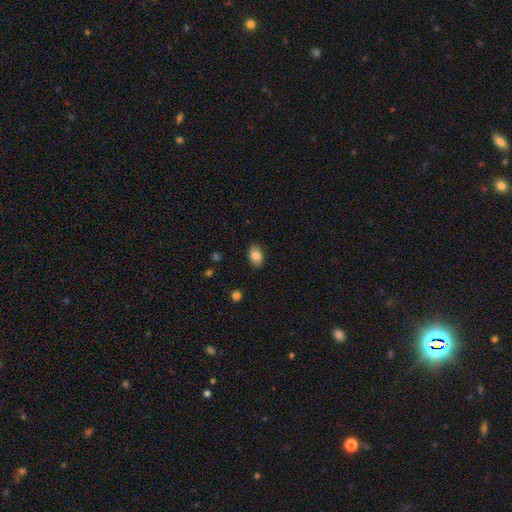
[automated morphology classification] Smooth or featured? Predicted: smooth (p=0.84). How rounded? Predicted: in between (p=0.85). Merging? Predicted: none (p=0.87).